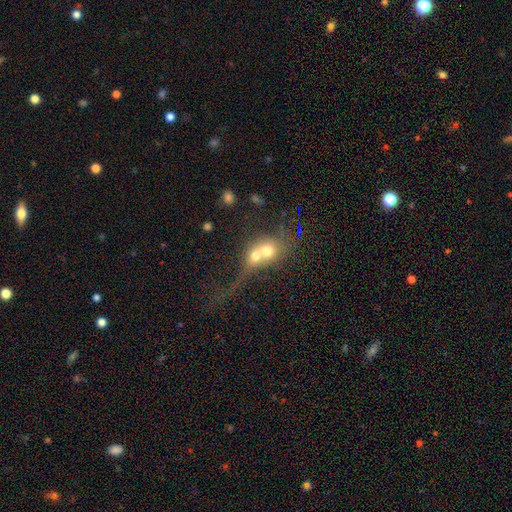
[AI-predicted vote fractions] This appears to be a smooth galaxy with no disk features (58%) that is round (61%). Merging: merger (77%).